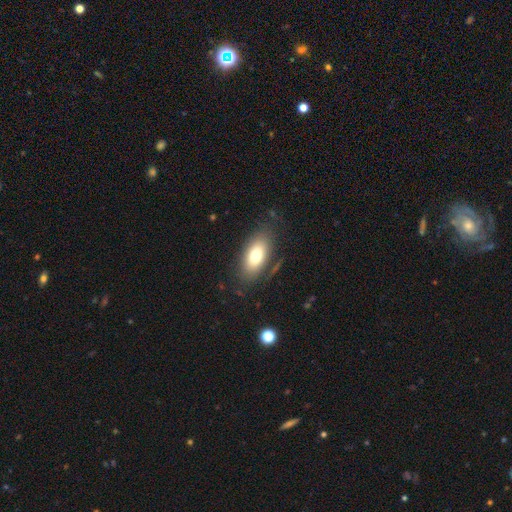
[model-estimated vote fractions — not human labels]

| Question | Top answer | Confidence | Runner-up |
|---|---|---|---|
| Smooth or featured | smooth | 73% | featured or disk (19%) |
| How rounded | in between | 90% | cigar-shaped (5%) |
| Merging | none | 77% | minor disturbance (14%) |